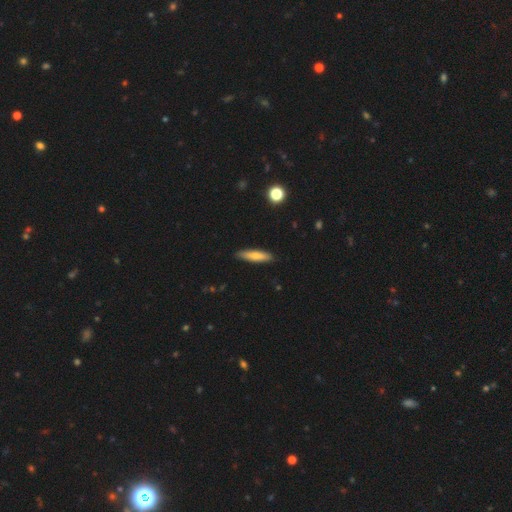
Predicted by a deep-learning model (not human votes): smooth 71%, featured or disk 23%, star or artifact 6%. Down the decision tree: how rounded — cigar-shaped (79%); merging — none (89%).